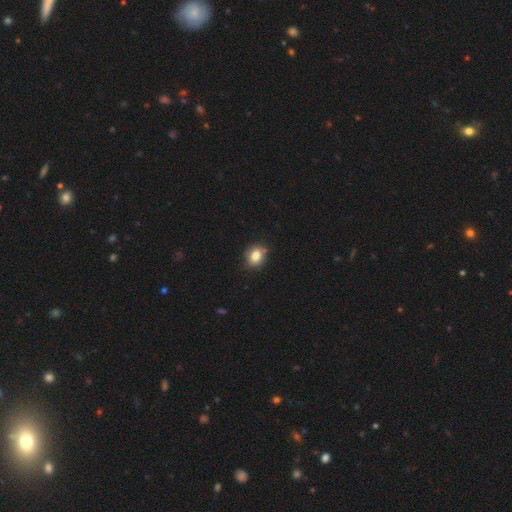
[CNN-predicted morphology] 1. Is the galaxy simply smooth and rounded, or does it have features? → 81% smooth, 10% star or artifact, 9% featured or disk.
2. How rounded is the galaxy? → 54% round, 45% in between, 1% cigar-shaped.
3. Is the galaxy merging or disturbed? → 77% none, 17% minor disturbance, 3% major disturbance, 3% merger.